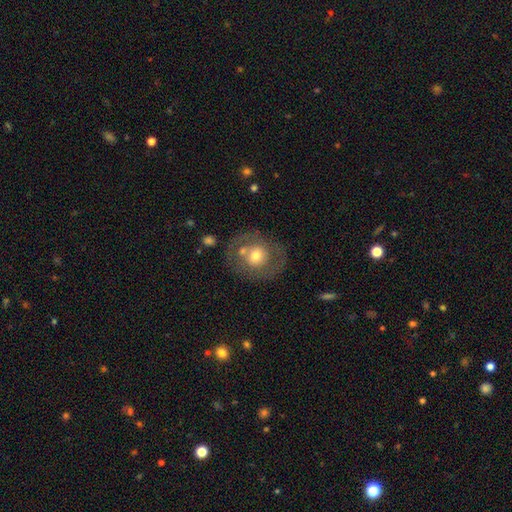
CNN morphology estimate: A smooth galaxy with no disk features (48%).

Vote fractions:
- Smooth or featured? smooth: 48% / featured or disk: 44% / star or artifact: 8%
- Merging? none: 64% / minor disturbance: 16% / merger: 12% / major disturbance: 9%